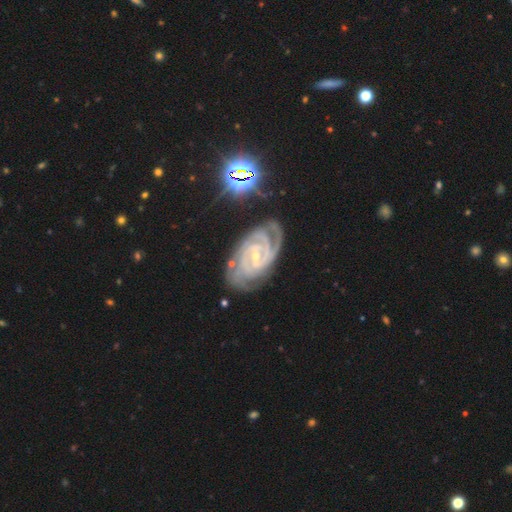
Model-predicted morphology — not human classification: Smooth or featured? Predicted: featured or disk (p=0.91). Edge-on disk? Predicted: no (p=0.97). Bar? Predicted: weak (p=0.46). Spiral arms? Predicted: yes (p=0.99). Spiral winding? Predicted: tight (p=0.73). Spiral arm count? Predicted: 2 (p=0.40). Bulge size? Predicted: small (p=0.77). Merging? Predicted: none (p=0.71).